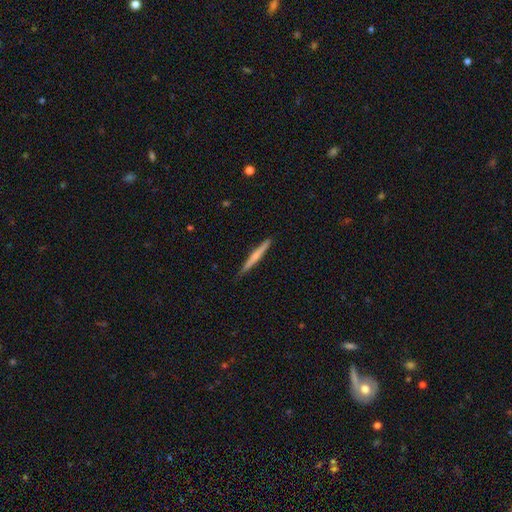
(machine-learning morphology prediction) A smooth galaxy with no disk features (49%).

Vote fractions:
- Smooth or featured? smooth: 49% / featured or disk: 46% / star or artifact: 5%
- Merging? none: 89% / minor disturbance: 8% / major disturbance: 1% / merger: 1%